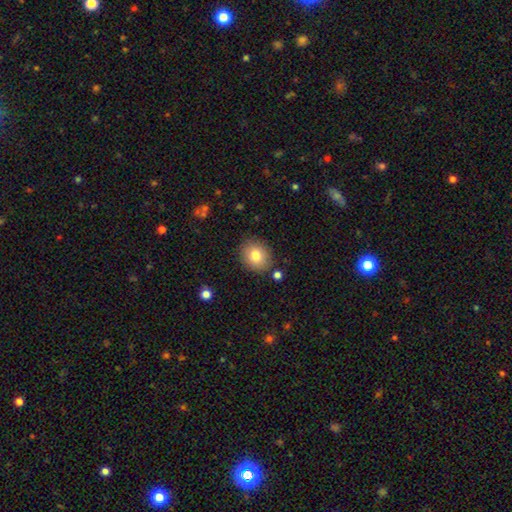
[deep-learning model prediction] A smooth galaxy with no disk features (80%) that is round (64%). Merging: none (85%).